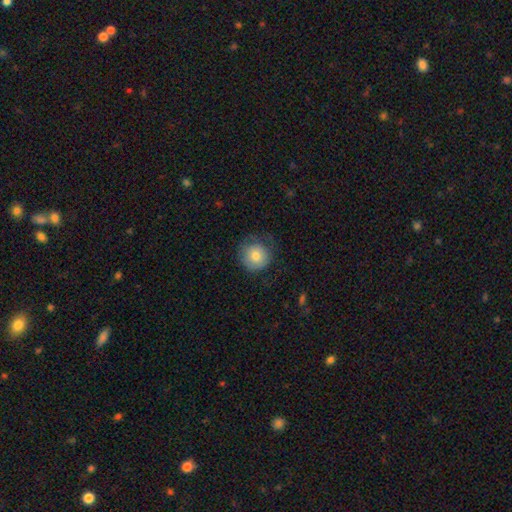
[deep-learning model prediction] The model was most divided on "merging": none: 64%, minor disturbance: 24%, major disturbance: 12%, merger: 1%. More confident: how rounded — round (93%); smooth or featured — smooth (76%).